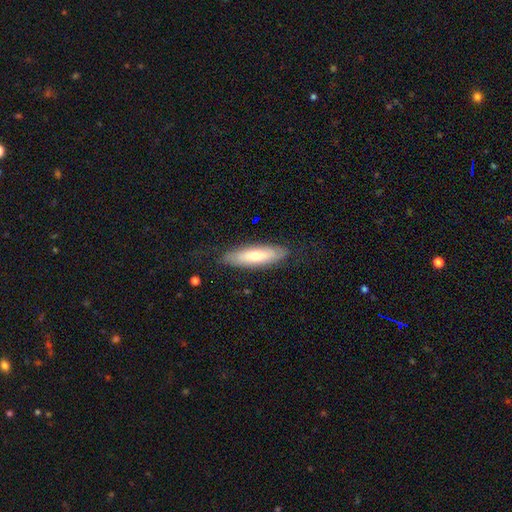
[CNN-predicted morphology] Smooth or featured? Predicted: smooth (p=0.62). How rounded? Predicted: cigar-shaped (p=0.56). Merging? Predicted: none (p=0.79).